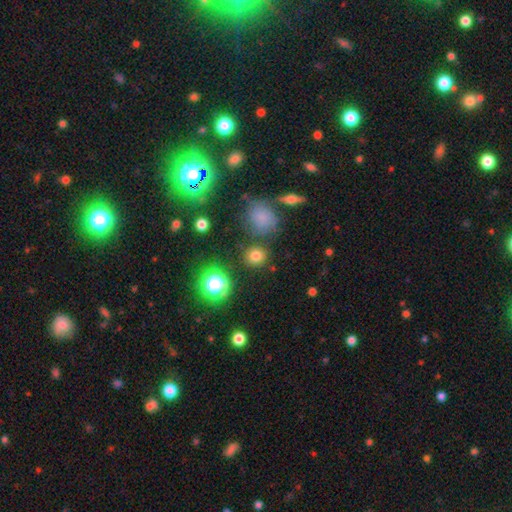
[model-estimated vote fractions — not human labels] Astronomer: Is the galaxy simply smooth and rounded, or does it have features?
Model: smooth — 75%.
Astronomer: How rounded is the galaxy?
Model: round — 87%.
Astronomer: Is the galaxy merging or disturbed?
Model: none — 83%.